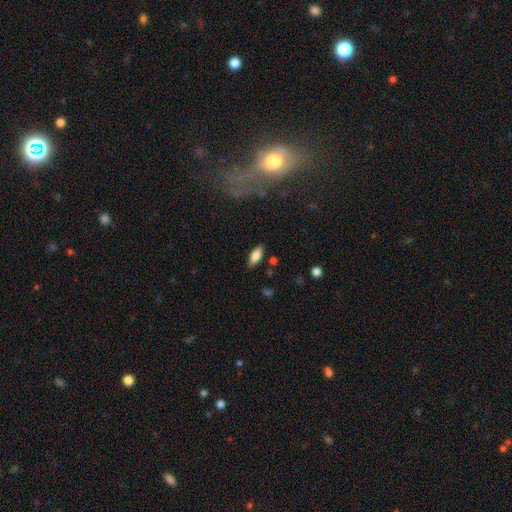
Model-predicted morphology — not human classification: smooth-or-featured: smooth: 74% | featured or disk: 19% | star or artifact: 7%
  how-rounded: in between: 77% | cigar-shaped: 21% | round: 2%
  merging: none: 85% | minor disturbance: 11% | major disturbance: 2% | merger: 2%